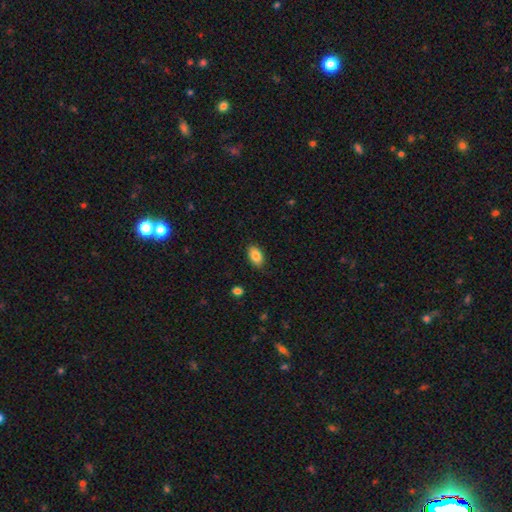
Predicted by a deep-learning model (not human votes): Morphology: type=smooth (85%); roundness=in between (91%); merging=none (85%).